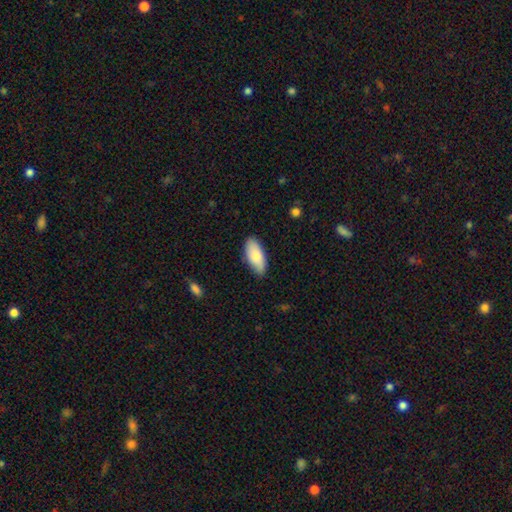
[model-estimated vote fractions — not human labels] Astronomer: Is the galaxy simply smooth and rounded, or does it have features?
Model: smooth — 81%.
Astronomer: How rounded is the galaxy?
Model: in between — 89%.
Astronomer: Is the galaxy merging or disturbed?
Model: none — 81%.